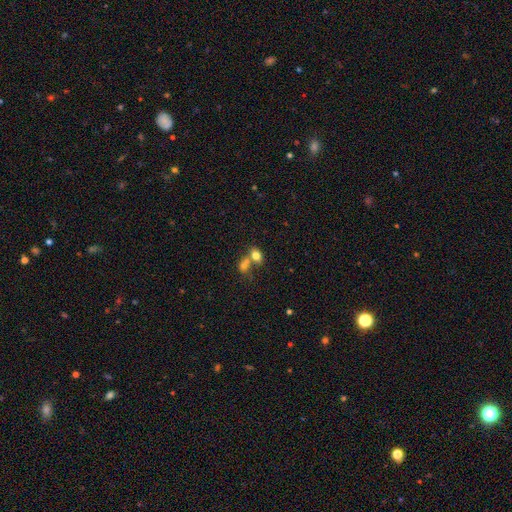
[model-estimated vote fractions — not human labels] This is likely a smooth galaxy (76%). How rounded: likely in between (70%). Merging: possibly merger (56%).